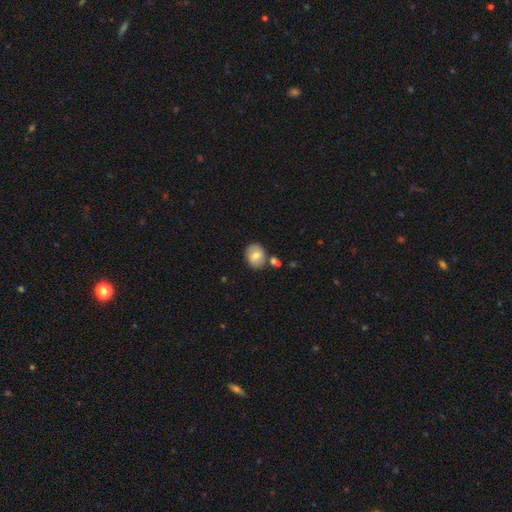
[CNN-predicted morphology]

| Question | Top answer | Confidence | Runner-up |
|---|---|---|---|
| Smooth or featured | smooth | 70% | featured or disk (22%) |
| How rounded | round | 50% | in between (49%) |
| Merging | none | 72% | minor disturbance (13%) |